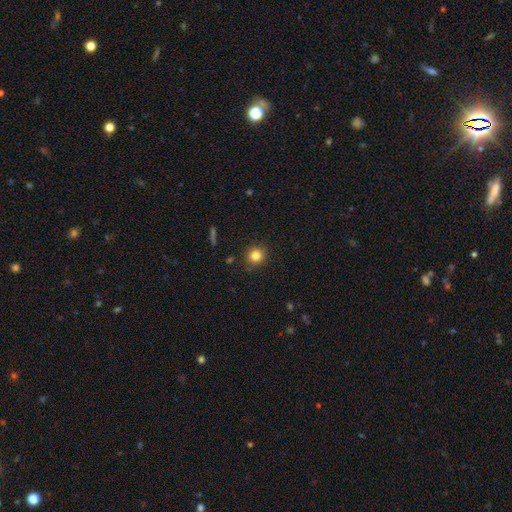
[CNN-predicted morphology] smooth-or-featured: smooth: 82% | star or artifact: 12% | featured or disk: 6%
  how-rounded: round: 89% | in between: 10% | cigar-shaped: 1%
  merging: none: 88% | minor disturbance: 8% | major disturbance: 2% | merger: 1%